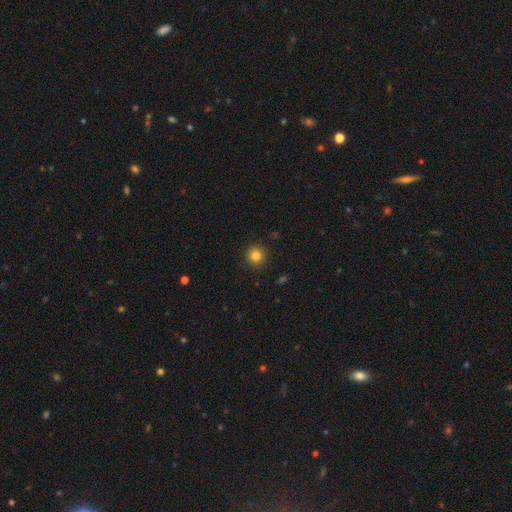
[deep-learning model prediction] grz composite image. It shows a smooth galaxy with no disk features (82%) that is round (95%). Merging: none (92%).